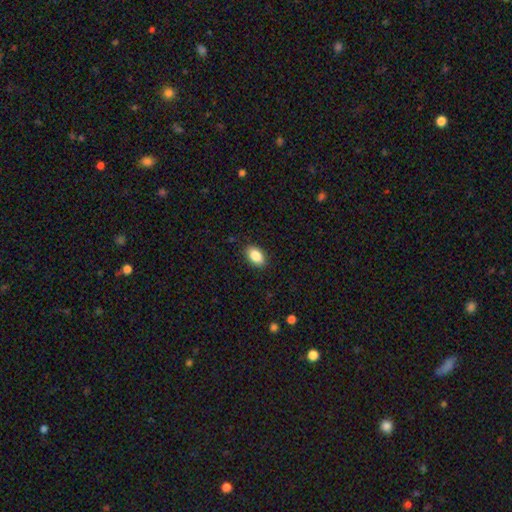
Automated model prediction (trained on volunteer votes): A smooth galaxy with no disk features (87%) that is in between round and cigar-shaped (91%). Merging: none (89%).